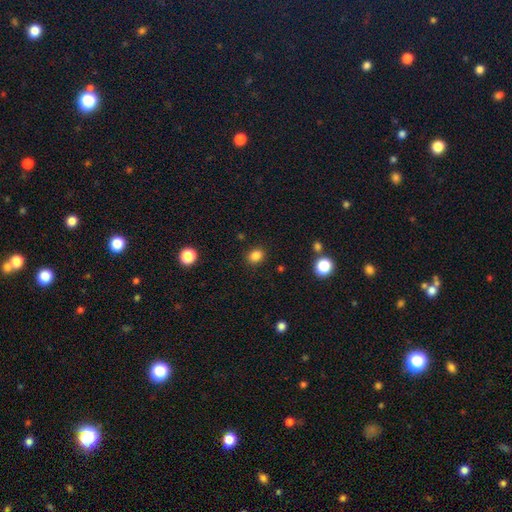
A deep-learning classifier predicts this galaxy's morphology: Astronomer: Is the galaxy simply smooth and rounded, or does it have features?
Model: smooth — 84%.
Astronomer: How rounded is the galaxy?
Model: round — 53% (runner-up: in between, 46%).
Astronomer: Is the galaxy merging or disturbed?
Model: none — 88%.